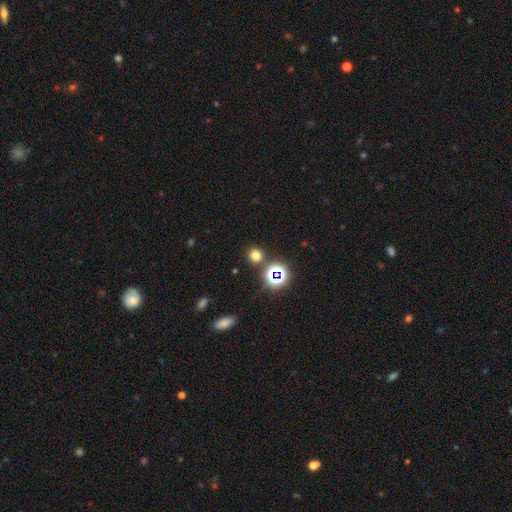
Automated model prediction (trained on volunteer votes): Morphology: type=smooth (69%); roundness=round (90%); merging=none (85%).